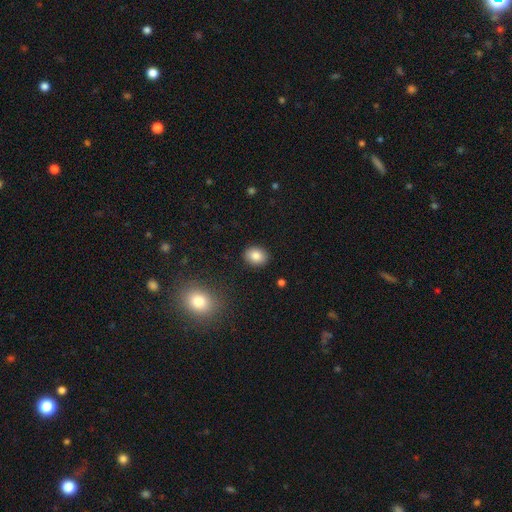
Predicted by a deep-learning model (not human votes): Overall: smooth (85%). How rounded: in between (58%; round 41%). Merging: none (89%).